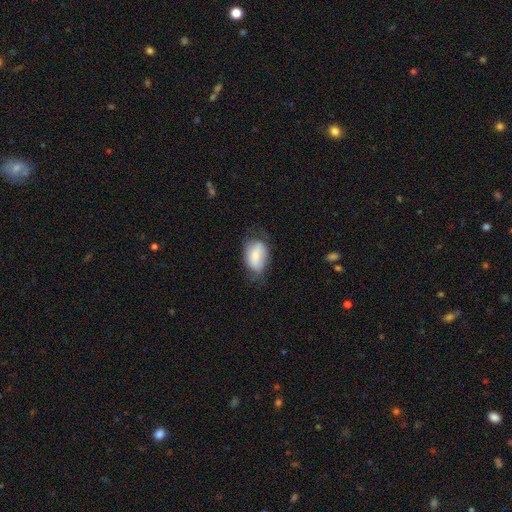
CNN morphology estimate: The model was most divided on "merging": none: 53%, minor disturbance: 31%, major disturbance: 13%, merger: 2%. More confident: how rounded — in between (88%); smooth or featured — smooth (70%).